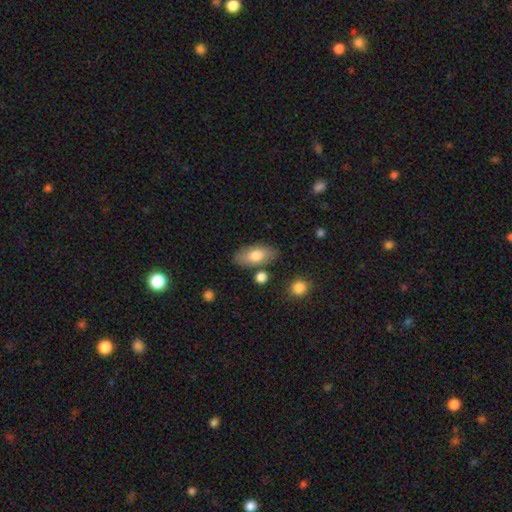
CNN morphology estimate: Overall: smooth (75%). How rounded: in between (91%). Merging: none (79%).